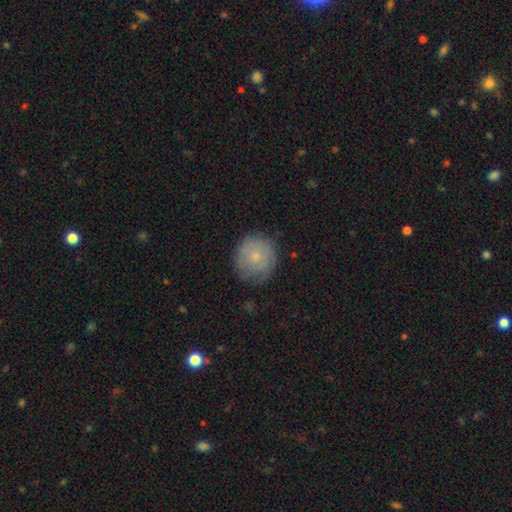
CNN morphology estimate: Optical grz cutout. It shows a smooth galaxy with no disk features (64%) that is round (90%). Merging: none (74%).